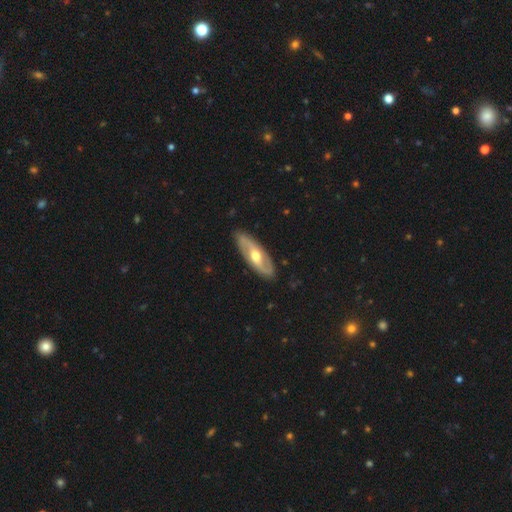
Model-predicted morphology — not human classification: Smooth or featured: featured or disk — 73% (smooth — 23%)
Edge-on disk: no — 85% (yes — 15%)
Bar: no — 45% (weak — 40%)
Spiral arms: yes — 83% (no — 17%)
Spiral winding: medium — 44% (loose — 31%)
Spiral arm count: 2 — 87% (can't tell — 9%)
Bulge size: moderate — 73% (small — 19%)
Merging: none — 86% (minor disturbance — 10%)